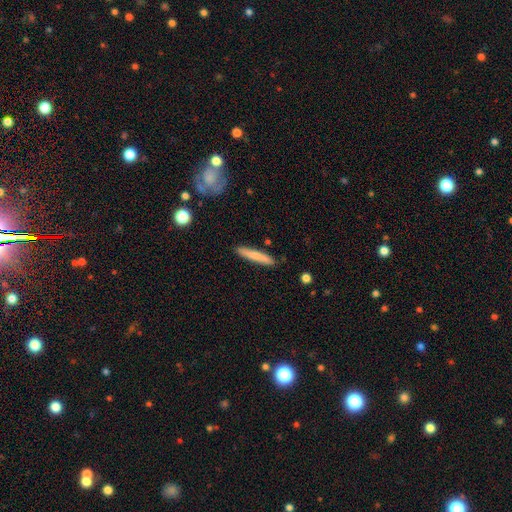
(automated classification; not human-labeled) Smooth or featured? smooth (73%)
How rounded? cigar-shaped (93%)
Merging? none (88%)